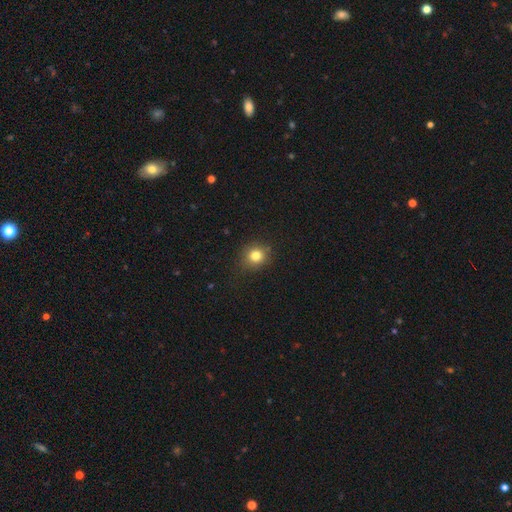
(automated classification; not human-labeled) A smooth galaxy with no disk features (80%) that is round (87%). Merging: none (84%).